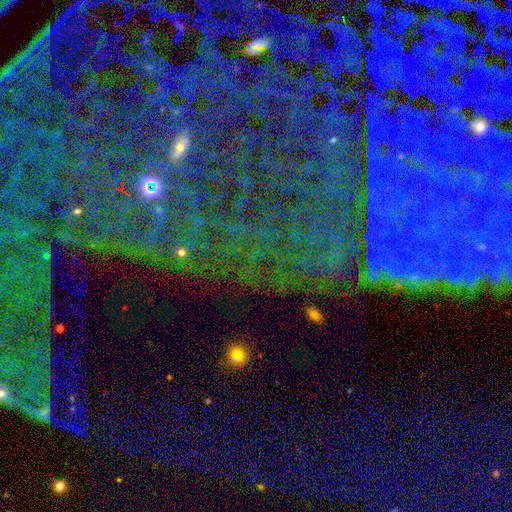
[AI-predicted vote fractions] Morphology: type=star or artifact (80%).